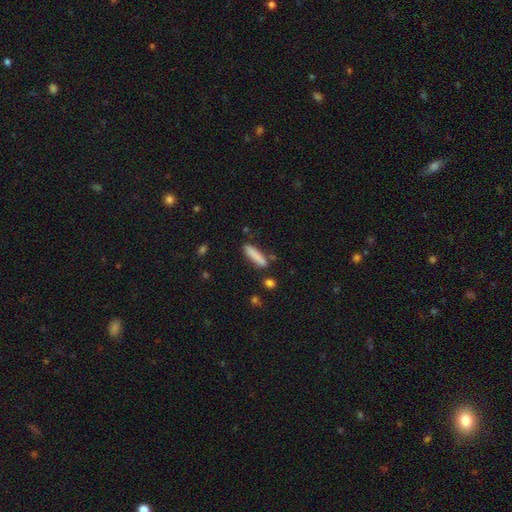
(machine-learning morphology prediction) This is clearly a smooth galaxy (83%). How rounded: clearly cigar-shaped (81%). Merging: likely none (80%).